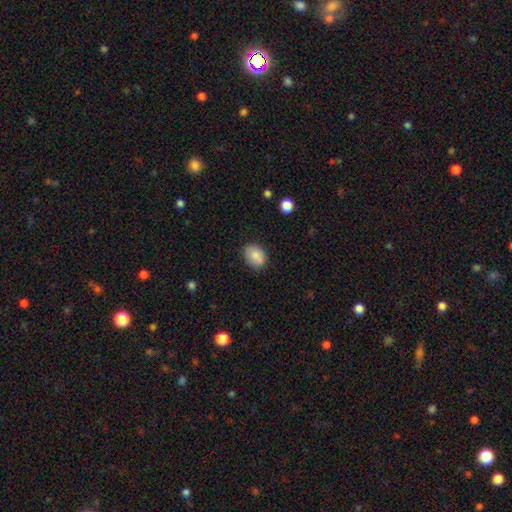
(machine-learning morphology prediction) Smooth or featured? Predicted: smooth (p=0.84). How rounded? Predicted: in between (p=0.64). Merging? Predicted: none (p=0.75).